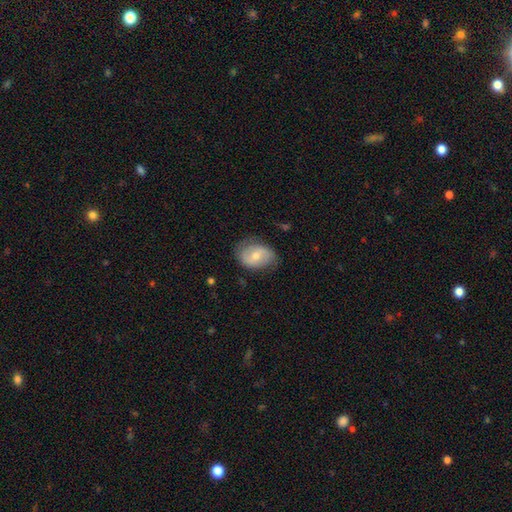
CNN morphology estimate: Overall: featured or disk (50%; smooth 44%). Merging: none (67%).